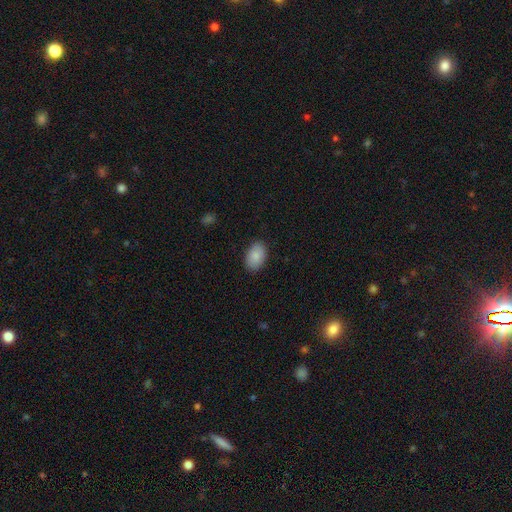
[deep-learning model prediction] Smooth or featured?
  - smooth: 88% *
  - star or artifact: 6%
  - featured or disk: 6%
How rounded?
  - in between: 90% *
  - round: 9%
  - cigar-shaped: 1%
Merging?
  - none: 87% *
  - minor disturbance: 9%
  - major disturbance: 2%
  - merger: 1%